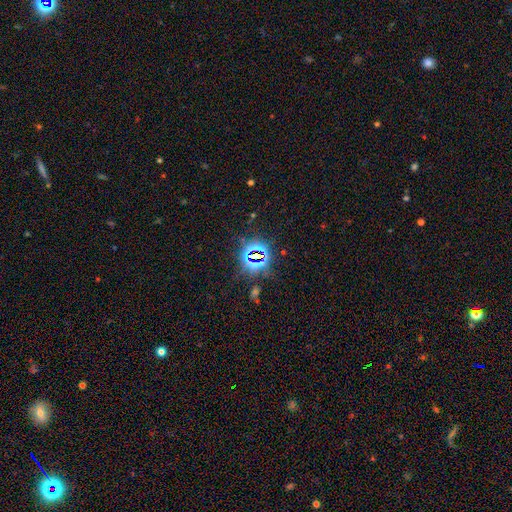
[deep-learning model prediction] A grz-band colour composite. It shows a star or artifact, not a galaxy (79%).